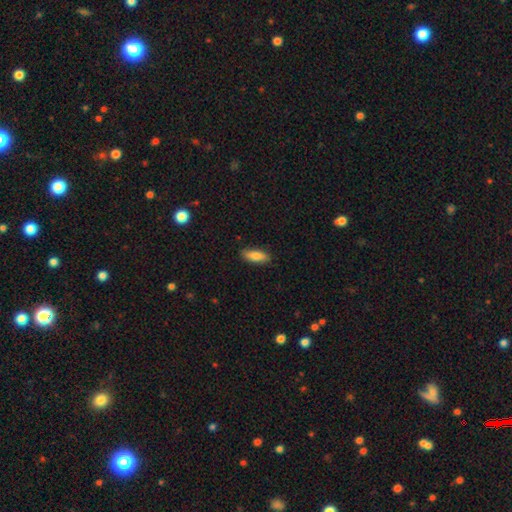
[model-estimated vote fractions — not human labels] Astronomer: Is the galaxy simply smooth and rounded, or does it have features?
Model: smooth — 83%.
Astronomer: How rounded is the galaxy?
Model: in between — 63%.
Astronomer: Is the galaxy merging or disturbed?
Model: none — 87%.